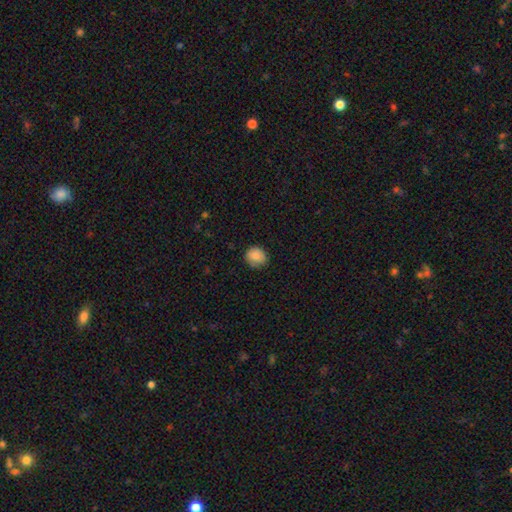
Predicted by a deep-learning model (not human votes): Smooth or featured? Predicted: smooth (p=0.86). How rounded? Predicted: round (p=0.79). Merging? Predicted: none (p=0.82).